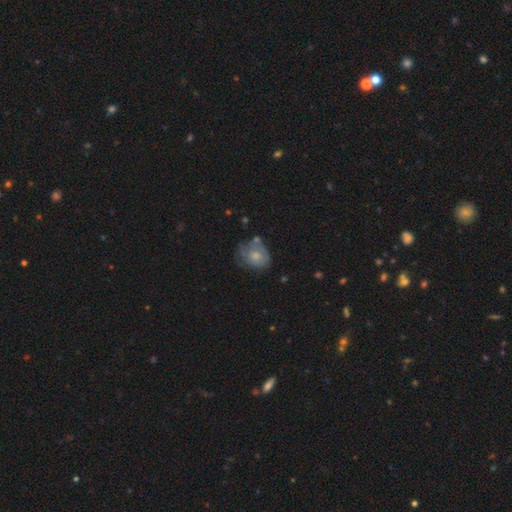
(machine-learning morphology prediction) Smooth or featured? smooth (62%)
How rounded? round (56%)
Merging? none (42%)